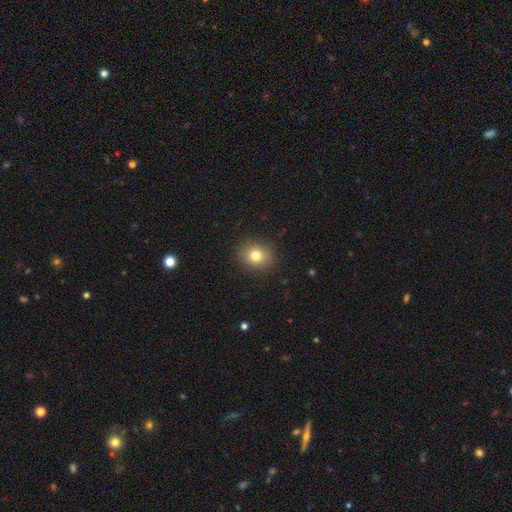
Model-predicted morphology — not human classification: smooth-or-featured: smooth: 79% | star or artifact: 12% | featured or disk: 9%
  how-rounded: round: 75% | in between: 24% | cigar-shaped: 1%
  merging: none: 89% | minor disturbance: 8% | major disturbance: 2% | merger: 1%